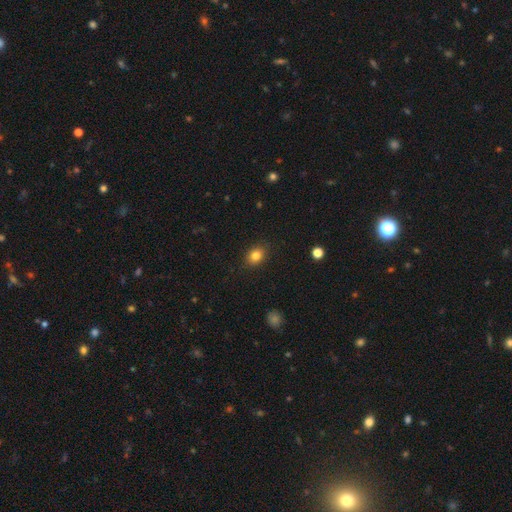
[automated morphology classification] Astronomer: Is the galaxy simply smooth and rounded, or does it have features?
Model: smooth — 82%.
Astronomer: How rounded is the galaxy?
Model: in between — 56% (runner-up: round, 43%).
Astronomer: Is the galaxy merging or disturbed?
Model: none — 87%.